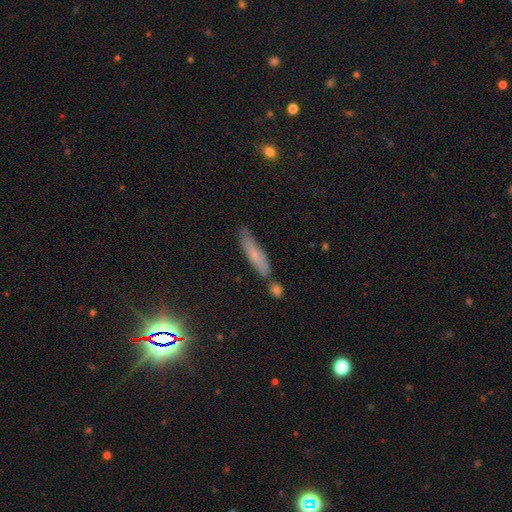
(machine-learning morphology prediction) smooth-or-featured: smooth: 60% | featured or disk: 27% | star or artifact: 14%
  how-rounded: cigar-shaped: 82% | in between: 15% | round: 2%
  merging: none: 71% | minor disturbance: 17% | merger: 8% | major disturbance: 4%